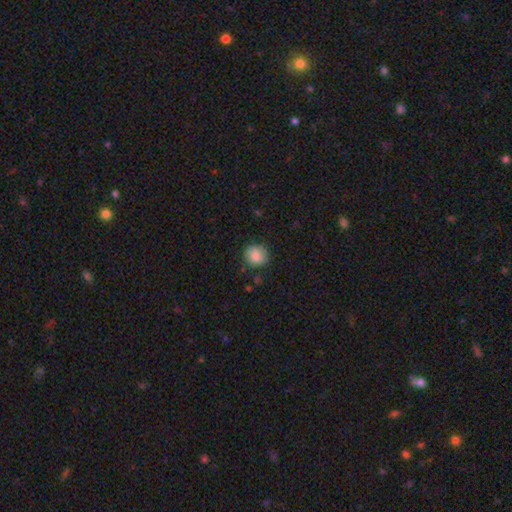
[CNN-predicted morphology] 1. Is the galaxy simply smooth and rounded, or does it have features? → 80% smooth, 12% featured or disk, 8% star or artifact.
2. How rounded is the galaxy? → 79% round, 20% in between, 1% cigar-shaped.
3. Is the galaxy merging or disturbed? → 76% none, 18% minor disturbance, 4% major disturbance, 2% merger.